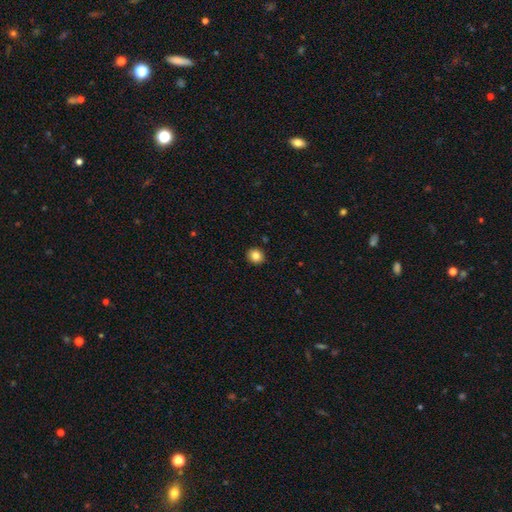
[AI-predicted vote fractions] This is clearly a smooth galaxy (84%). How rounded: clearly round (84%). Merging: clearly none (91%).